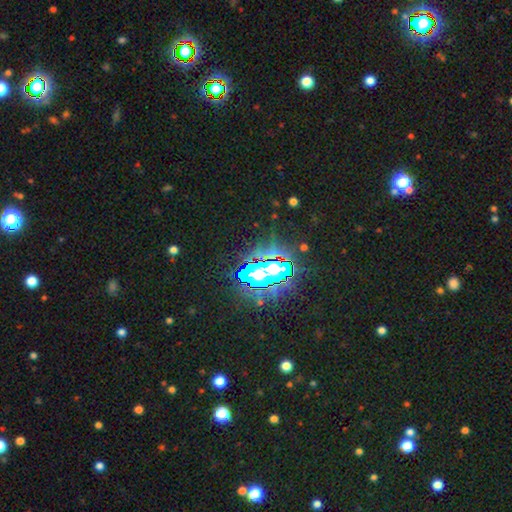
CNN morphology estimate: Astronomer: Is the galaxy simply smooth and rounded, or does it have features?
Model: star or artifact — 77%.